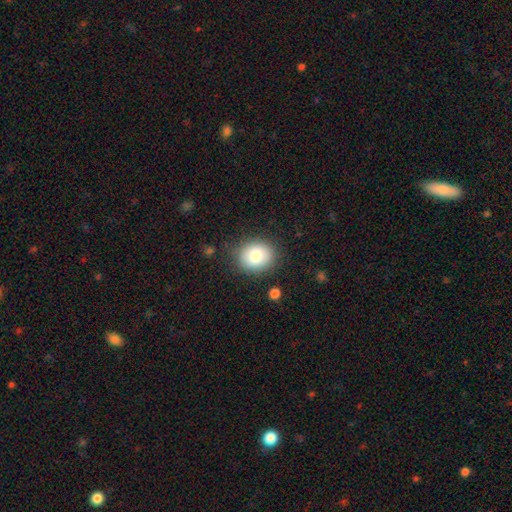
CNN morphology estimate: This appears to be a smooth galaxy with no disk features (79%) that is round (62%). Merging: none (82%).